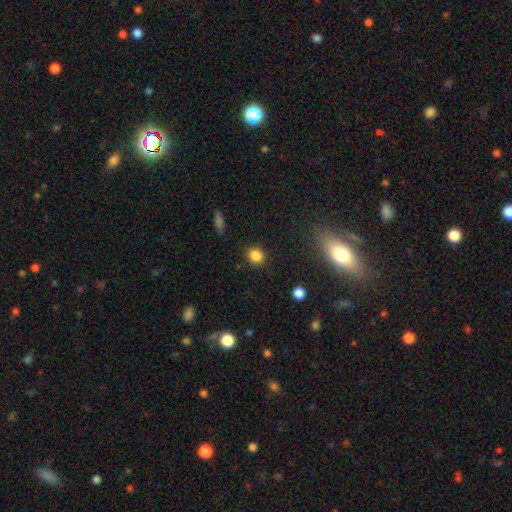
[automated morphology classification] smooth 85%, star or artifact 11%, featured or disk 4%. Down the decision tree: how rounded — round (81%); merging — none (89%).